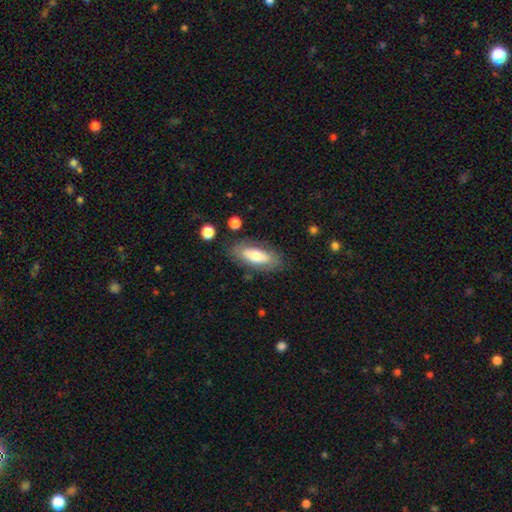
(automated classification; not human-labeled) Q: Smooth or featured?
A: smooth (61%); runner-up: featured or disk (33%)
Q: How rounded?
A: in between (77%); runner-up: cigar-shaped (21%)
Q: Merging?
A: none (79%); runner-up: minor disturbance (14%)